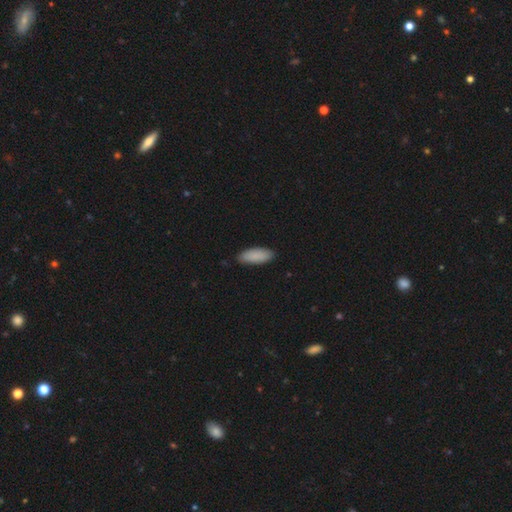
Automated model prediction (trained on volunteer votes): Smooth or featured? smooth (89%)
How rounded? in between (79%)
Merging? none (86%)